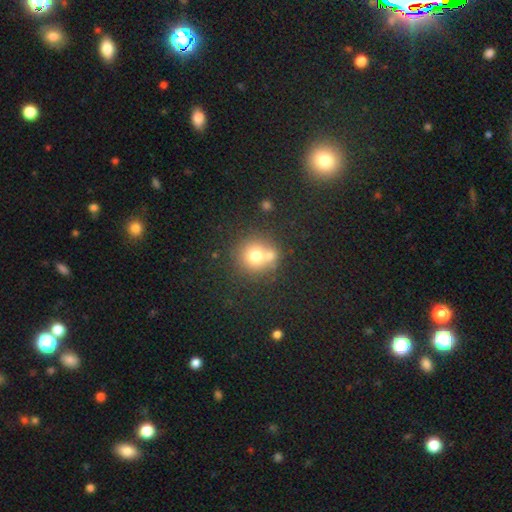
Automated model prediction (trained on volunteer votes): Overall: smooth (72%). How rounded: round (90%). Merging: none (52%; merger 37%).